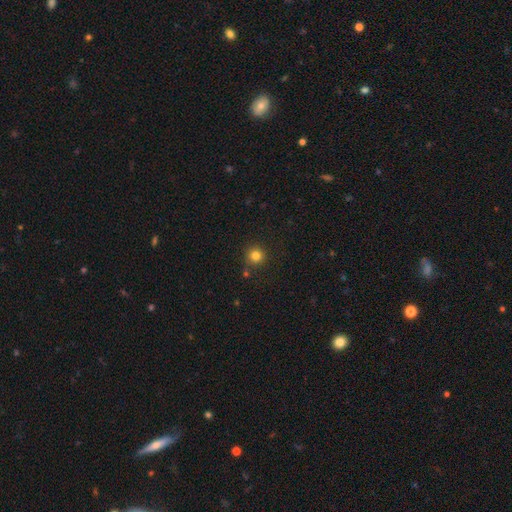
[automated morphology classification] Smooth or featured? Predicted: smooth (p=0.81). How rounded? Predicted: round (p=0.94). Merging? Predicted: none (p=0.85).